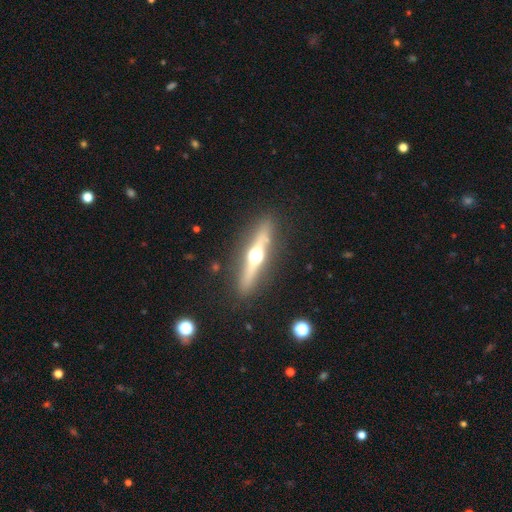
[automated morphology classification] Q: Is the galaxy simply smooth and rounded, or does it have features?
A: featured or disk — 73%.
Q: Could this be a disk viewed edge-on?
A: yes — 94%.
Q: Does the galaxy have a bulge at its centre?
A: rounded — 96%.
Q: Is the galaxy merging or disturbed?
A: none — 88%.